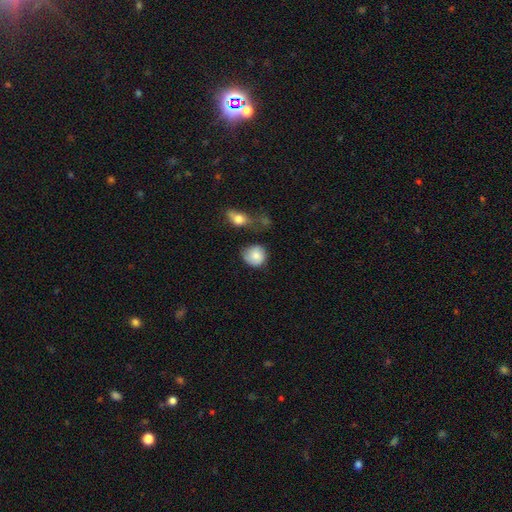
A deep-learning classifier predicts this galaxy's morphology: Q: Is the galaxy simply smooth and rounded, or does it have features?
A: smooth — 77%.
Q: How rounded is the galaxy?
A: round — 81%.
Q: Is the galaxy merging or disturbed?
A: none — 51%.